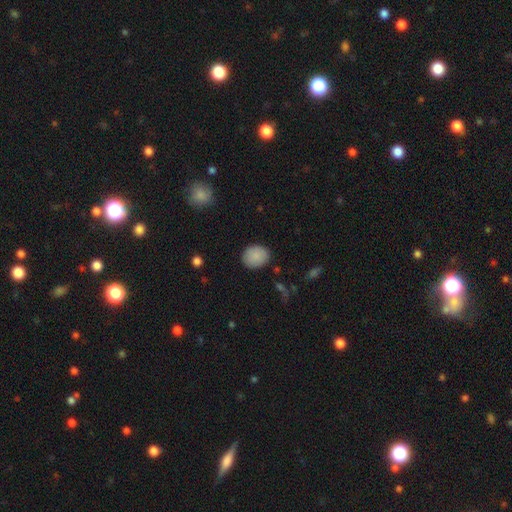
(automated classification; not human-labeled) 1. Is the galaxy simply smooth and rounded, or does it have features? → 87% smooth, 7% star or artifact, 5% featured or disk.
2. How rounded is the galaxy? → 61% round, 38% in between, 1% cigar-shaped.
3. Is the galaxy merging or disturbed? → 86% none, 10% minor disturbance, 3% major disturbance, 1% merger.